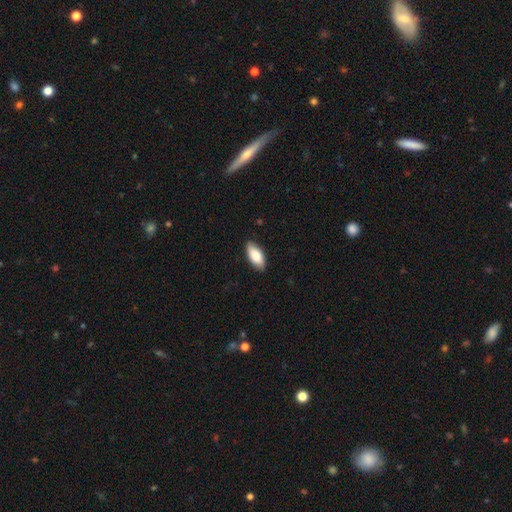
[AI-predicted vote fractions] Smooth or featured? smooth (86%)
How rounded? in between (89%)
Merging? none (85%)